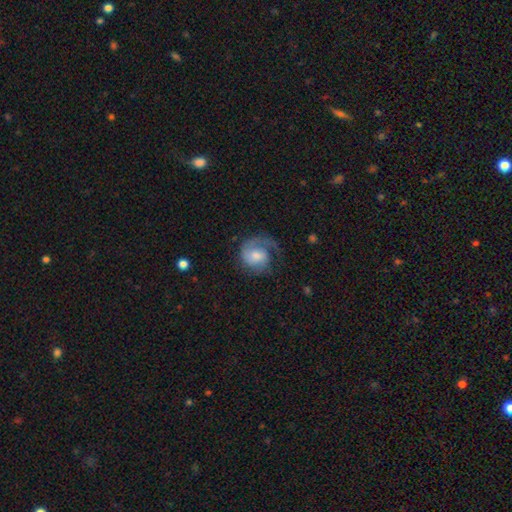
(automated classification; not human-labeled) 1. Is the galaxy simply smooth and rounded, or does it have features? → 69% featured or disk, 24% smooth, 7% star or artifact.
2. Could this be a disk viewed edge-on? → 98% no, 2% yes.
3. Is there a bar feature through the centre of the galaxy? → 55% no, 38% weak, 7% strong.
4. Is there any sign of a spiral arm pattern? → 93% yes, 7% no.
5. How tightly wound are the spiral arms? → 41% medium, 36% tight, 23% loose.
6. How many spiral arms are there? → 60% 1, 28% 2, 8% can't tell, 2% 3, 1% 4, 1% more than 4.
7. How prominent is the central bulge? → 47% moderate, 33% small, 12% large, 6% none, 2% dominant.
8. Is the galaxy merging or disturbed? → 55% none, 25% major disturbance, 19% minor disturbance, 2% merger.